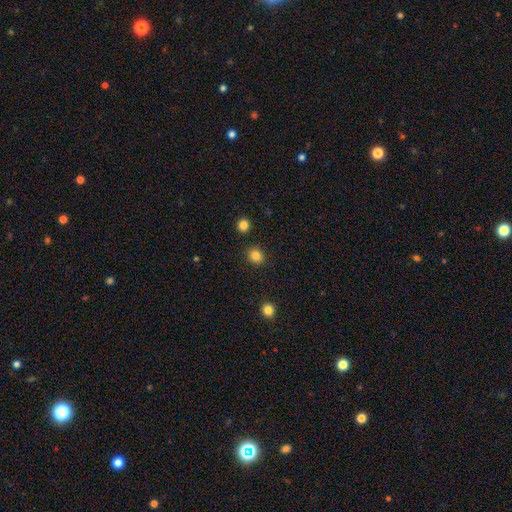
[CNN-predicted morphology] A smooth galaxy with no disk features (84%) that is round (79%). Merging: none (89%).